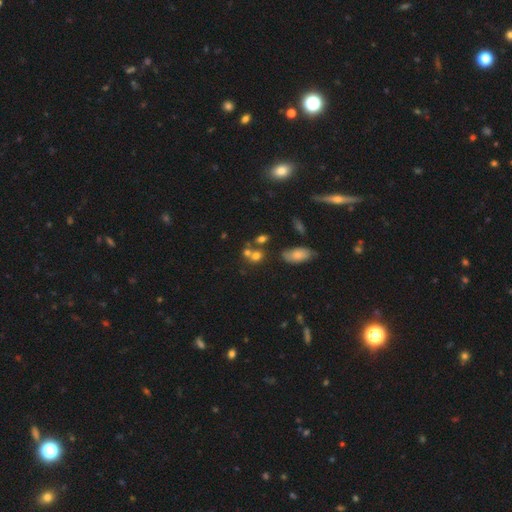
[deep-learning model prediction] Smooth or featured? Predicted: smooth (p=0.69). How rounded? Predicted: round (p=0.63). Merging? Predicted: merger (p=0.43).